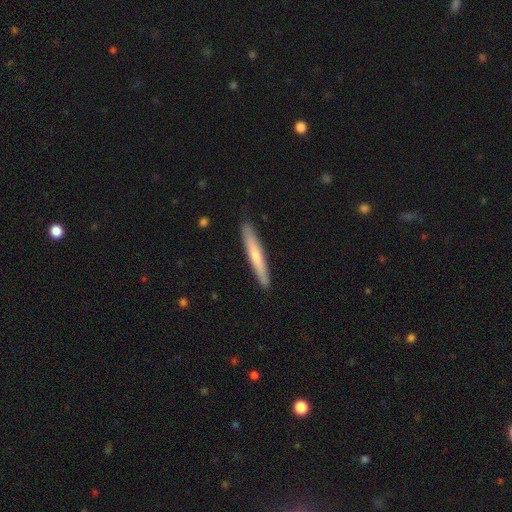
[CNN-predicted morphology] Q: Smooth or featured?
A: smooth (57%); runner-up: featured or disk (38%)
Q: How rounded?
A: cigar-shaped (95%); runner-up: in between (4%)
Q: Merging?
A: none (91%); runner-up: minor disturbance (7%)